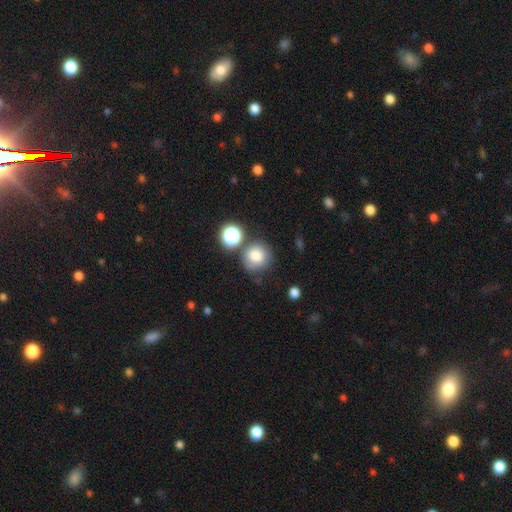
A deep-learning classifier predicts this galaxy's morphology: Smooth or featured? Predicted: smooth (p=0.79). How rounded? Predicted: round (p=0.89). Merging? Predicted: none (p=0.69).